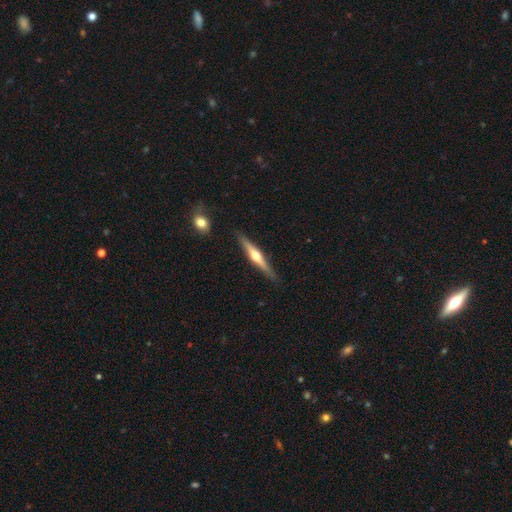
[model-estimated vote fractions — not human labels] Q: Smooth or featured?
A: featured or disk (68%); runner-up: smooth (27%)
Q: Edge-on disk?
A: yes (97%); runner-up: no (3%)
Q: Edge-on bulge?
A: rounded (92%); runner-up: none (5%)
Q: Merging?
A: none (88%); runner-up: minor disturbance (8%)